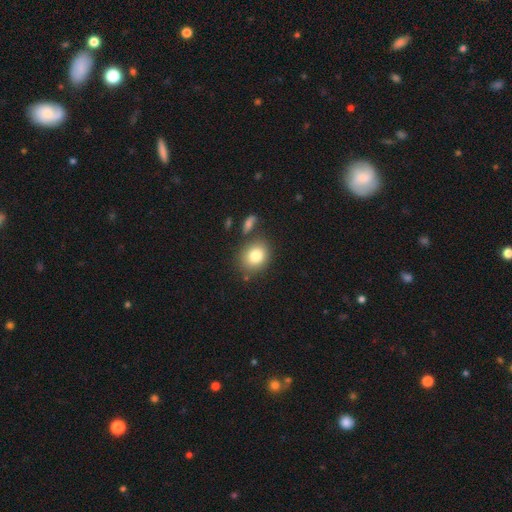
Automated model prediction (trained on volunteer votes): smooth_or_featured: smooth (p=0.81) [alt: featured or disk p=0.10]
how_rounded: round (p=0.56) [alt: in between p=0.43]
merging: none (p=0.76) [alt: minor disturbance p=0.12]